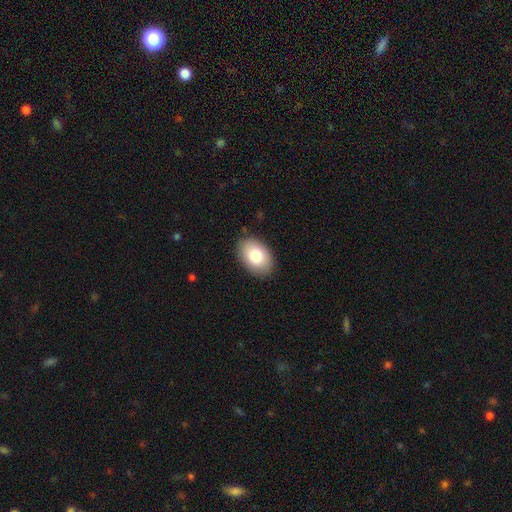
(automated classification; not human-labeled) Smooth or featured?
  - smooth: 81% *
  - featured or disk: 12%
  - star or artifact: 7%
How rounded?
  - in between: 87% *
  - round: 12%
  - cigar-shaped: 1%
Merging?
  - none: 87% *
  - minor disturbance: 9%
  - major disturbance: 2%
  - merger: 1%